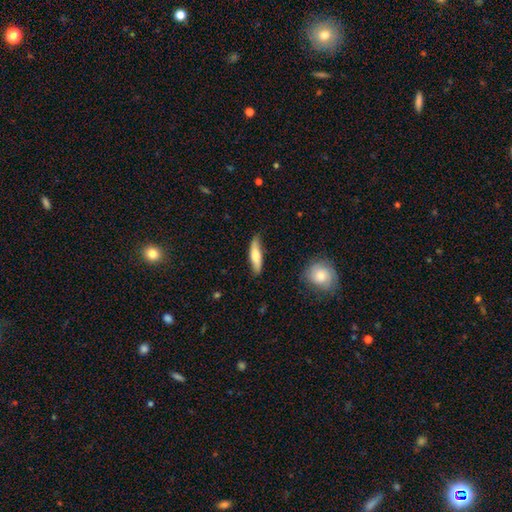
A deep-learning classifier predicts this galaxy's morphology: Q: Smooth or featured?
A: smooth (63%); runner-up: featured or disk (32%)
Q: How rounded?
A: cigar-shaped (70%); runner-up: in between (27%)
Q: Merging?
A: none (79%); runner-up: minor disturbance (17%)